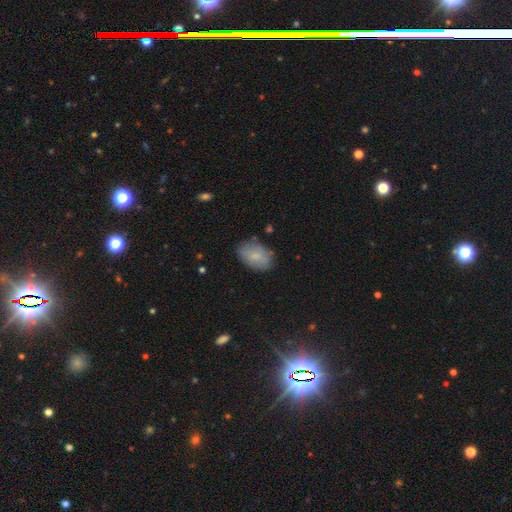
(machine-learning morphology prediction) Smooth or featured: smooth — 78% (featured or disk — 15%)
How rounded: in between — 88% (round — 10%)
Merging: none — 77% (minor disturbance — 17%)